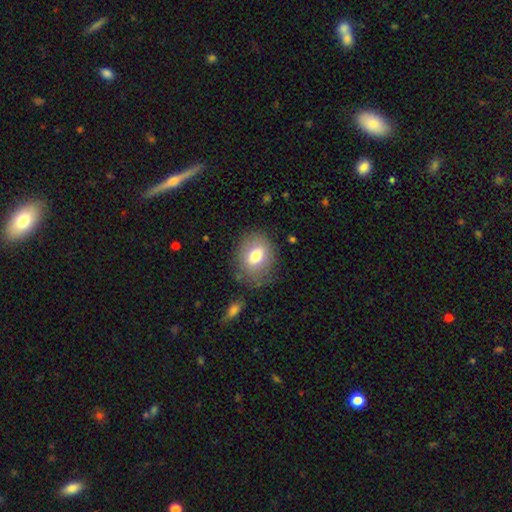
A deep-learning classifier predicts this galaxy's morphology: This is likely a smooth galaxy (72%). How rounded: possibly round (52%). Merging: likely none (74%).